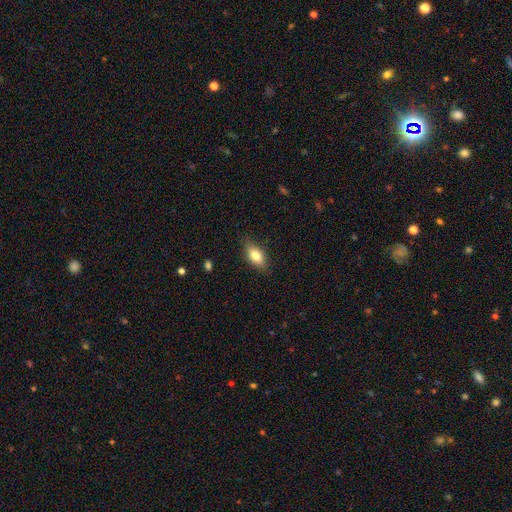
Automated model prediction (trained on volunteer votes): This appears to be a smooth galaxy with no disk features (79%) that is in between round and cigar-shaped (87%). Merging: none (82%).